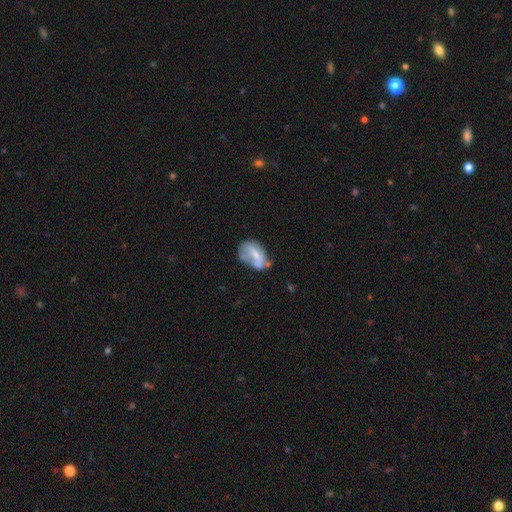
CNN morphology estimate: smooth_or_featured: smooth (p=0.48) [alt: featured or disk p=0.44]
merging: none (p=0.35) [alt: minor disturbance p=0.32]